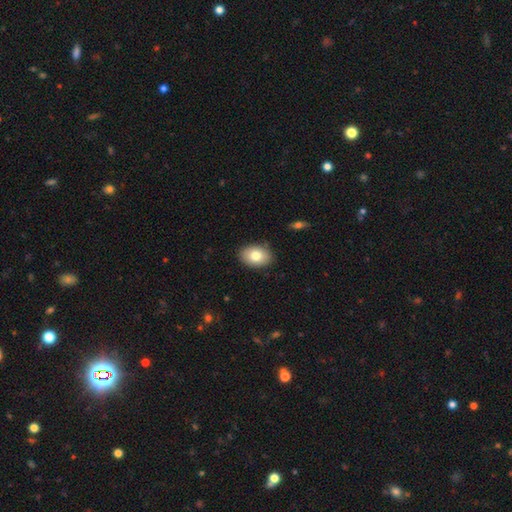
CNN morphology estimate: smooth-or-featured: smooth: 79% | featured or disk: 14% | star or artifact: 8%
  how-rounded: in between: 84% | round: 15% | cigar-shaped: 1%
  merging: none: 88% | minor disturbance: 9% | major disturbance: 2% | merger: 1%